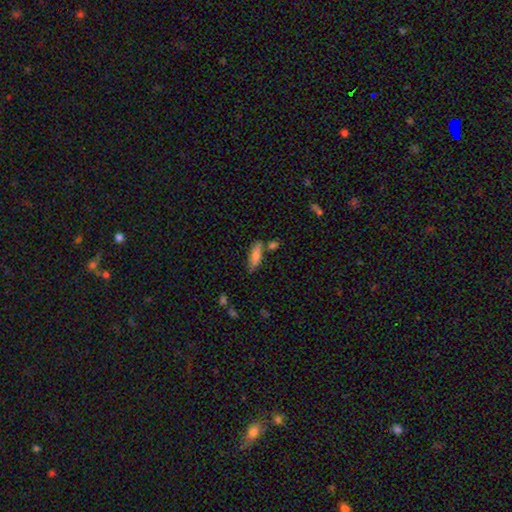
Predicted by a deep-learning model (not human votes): The model was most divided on "how rounded" (2-way tie): in between: 49%, cigar-shaped: 49%, round: 2%. More confident: smooth or featured — smooth (74%); merging — none (71%).